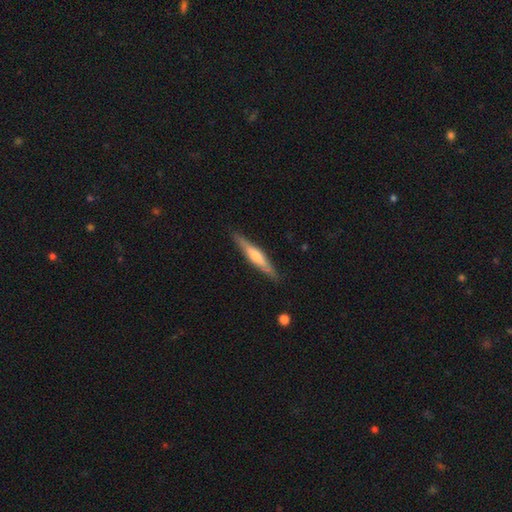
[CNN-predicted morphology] This is possibly a featured or disk galaxy (58%). It is clearly viewed edge-on (96%). Edge-on bulge: likely rounded (72%). Merging: clearly none (88%).